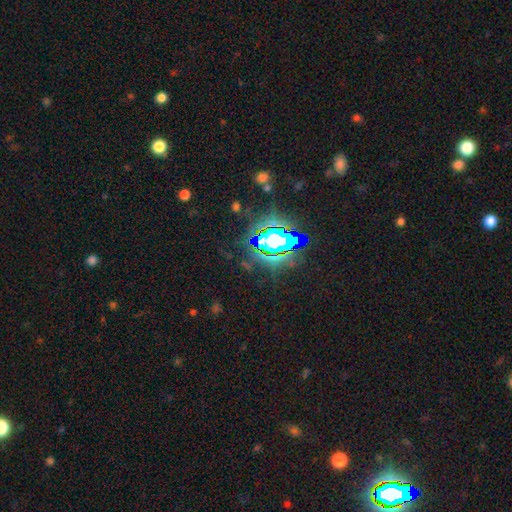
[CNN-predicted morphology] Smooth or featured?
  - star or artifact: 80% *
  - smooth: 11%
  - featured or disk: 10%